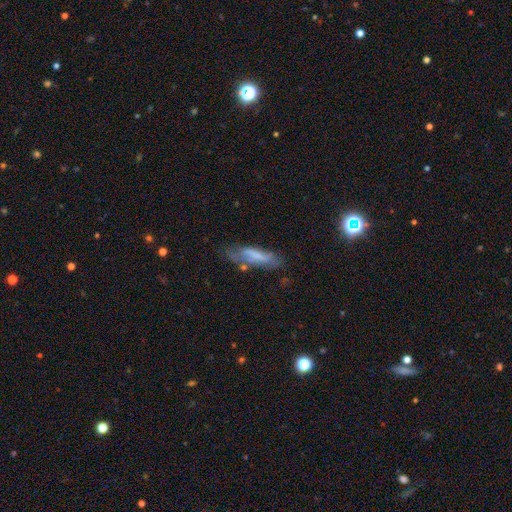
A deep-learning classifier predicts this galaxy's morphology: Q: Smooth or featured?
A: smooth (52%); runner-up: featured or disk (38%)
Q: How rounded?
A: cigar-shaped (64%); runner-up: in between (34%)
Q: Merging?
A: none (56%); runner-up: minor disturbance (27%)